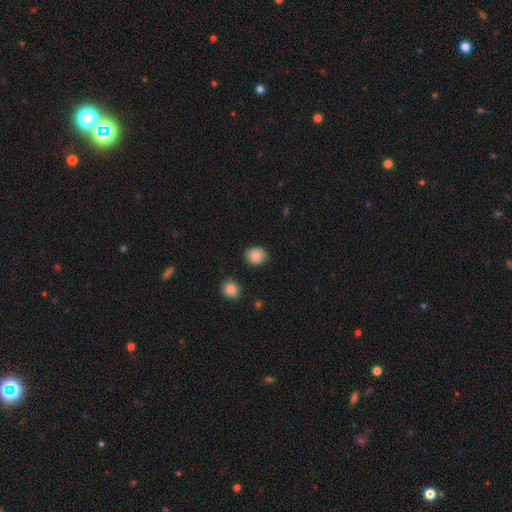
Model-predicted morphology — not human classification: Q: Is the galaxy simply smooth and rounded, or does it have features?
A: smooth — 86%.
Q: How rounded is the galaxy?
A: round — 71%.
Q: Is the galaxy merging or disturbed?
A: none — 84%.